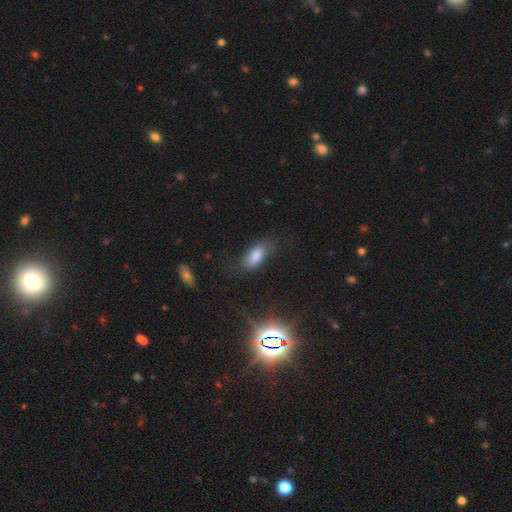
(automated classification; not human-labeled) smooth 74%, featured or disk 15%, star or artifact 11%. Down the decision tree: how rounded — in between (86%); merging — none (58%).